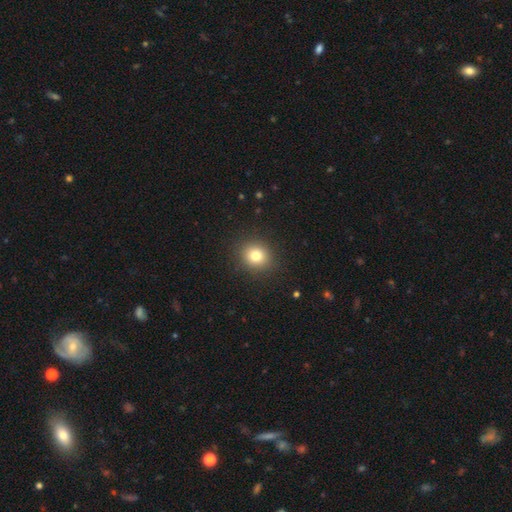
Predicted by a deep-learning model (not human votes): Smooth or featured? smooth (80%)
How rounded? round (79%)
Merging? none (90%)